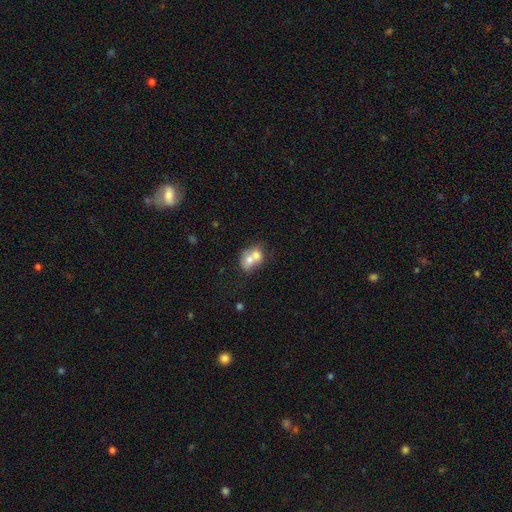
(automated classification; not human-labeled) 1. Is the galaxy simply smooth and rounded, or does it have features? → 65% smooth, 27% featured or disk, 8% star or artifact.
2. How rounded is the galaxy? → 55% in between, 44% round, 1% cigar-shaped.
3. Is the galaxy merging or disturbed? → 71% merger, 18% none, 7% minor disturbance, 3% major disturbance.